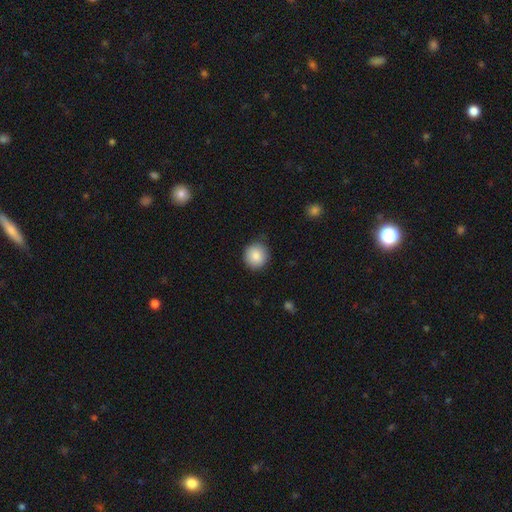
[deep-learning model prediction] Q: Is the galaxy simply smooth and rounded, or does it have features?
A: smooth — 87%.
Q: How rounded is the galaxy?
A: round — 91%.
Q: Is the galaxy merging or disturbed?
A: none — 85%.